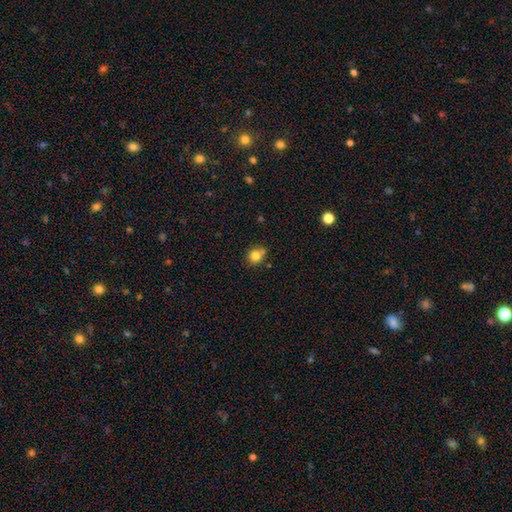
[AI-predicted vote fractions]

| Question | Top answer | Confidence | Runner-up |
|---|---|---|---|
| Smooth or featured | smooth | 80% | star or artifact (12%) |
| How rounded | round | 86% | in between (13%) |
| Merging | none | 70% | merger (15%) |